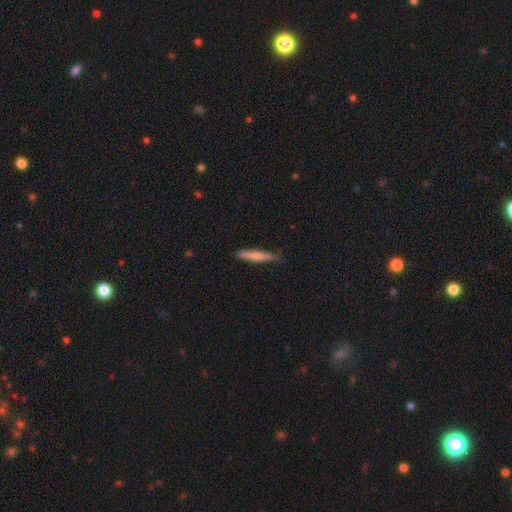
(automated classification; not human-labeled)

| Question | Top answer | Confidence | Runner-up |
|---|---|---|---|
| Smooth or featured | smooth | 71% | featured or disk (24%) |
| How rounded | cigar-shaped | 90% | in between (9%) |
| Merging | none | 78% | minor disturbance (18%) |